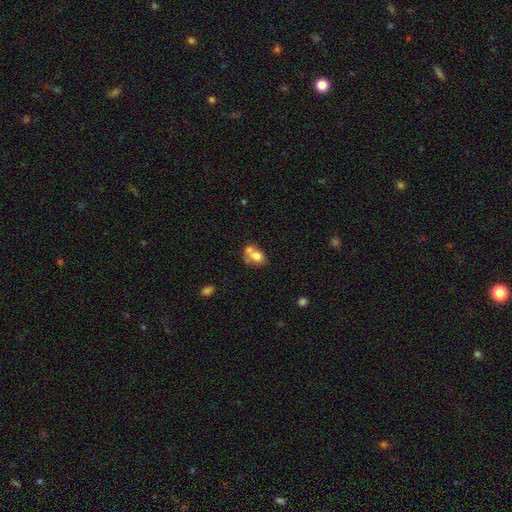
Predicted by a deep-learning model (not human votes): Morphology: type=smooth (69%); roundness=in between (62%); merging=merger (50%).